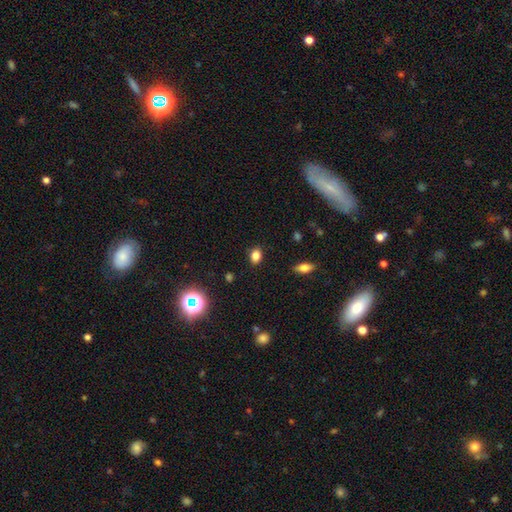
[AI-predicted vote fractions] smooth_or_featured: smooth (p=0.81) [alt: star or artifact p=0.13]
how_rounded: in between (p=0.64) [alt: round p=0.35]
merging: none (p=0.85) [alt: minor disturbance p=0.11]